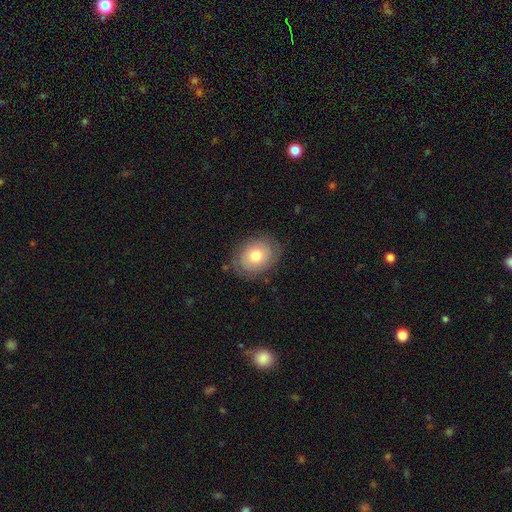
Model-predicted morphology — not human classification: Smooth or featured? smooth (64%)
How rounded? in between (54%)
Merging? none (78%)